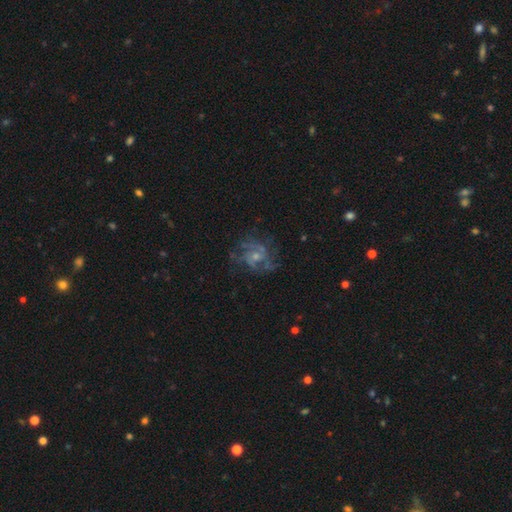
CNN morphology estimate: Smooth or featured?
  - featured or disk: 76% *
  - smooth: 14%
  - star or artifact: 10%
Edge-on disk?
  - no: 98% *
  - yes: 2%
Bar?
  - no: 70% *
  - weak: 26%
  - strong: 4%
Spiral arms?
  - yes: 82% *
  - no: 18%
Spiral winding?
  - medium: 49% *
  - tight: 30%
  - loose: 21%
Spiral arm count?
  - can't tell: 30% *
  - 2: 28%
  - 3: 22%
  - 4: 9%
  - 1: 5%
  - more than 4: 5%
Bulge size?
  - small: 53% *
  - moderate: 38%
  - none: 6%
  - large: 3%
  - dominant: 1%
Merging?
  - none: 63% *
  - minor disturbance: 18%
  - major disturbance: 17%
  - merger: 2%